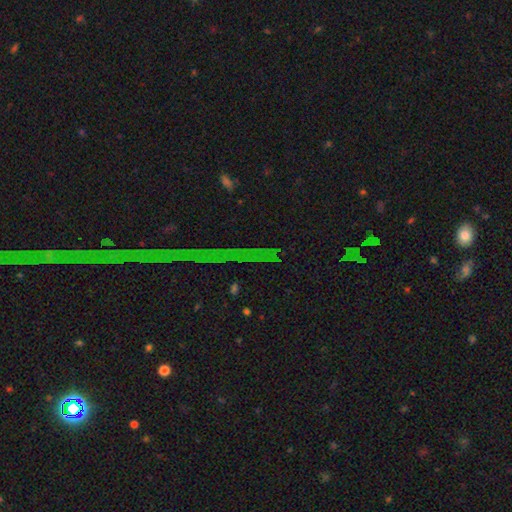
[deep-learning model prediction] A star or artifact, not a galaxy (83%).